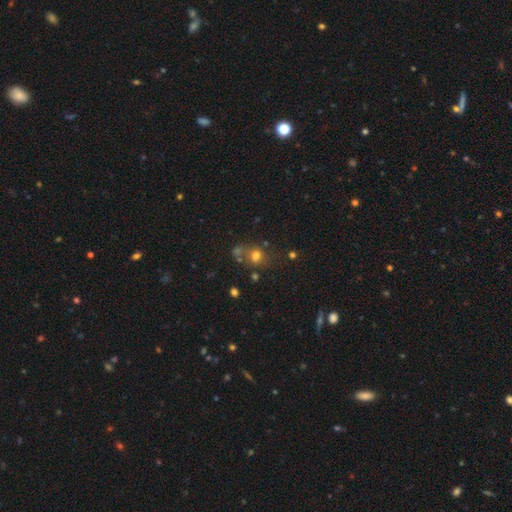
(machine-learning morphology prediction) The model was most divided on "merging": none: 55%, merger: 22%, minor disturbance: 15%, major disturbance: 8%. More confident: smooth or featured — smooth (70%); how rounded — round (69%).